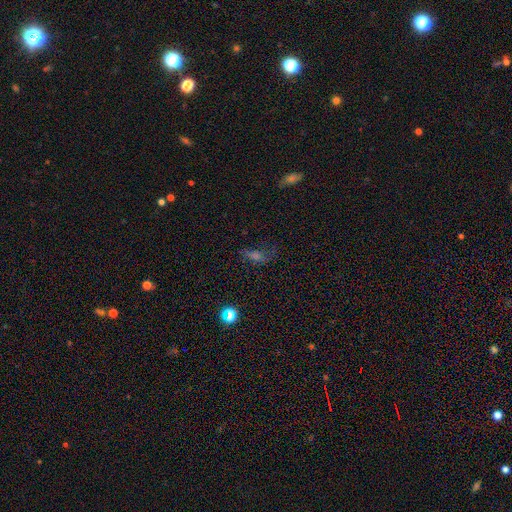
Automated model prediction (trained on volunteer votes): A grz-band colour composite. It shows a smooth galaxy with no disk features (41%). Merging: none (49%).